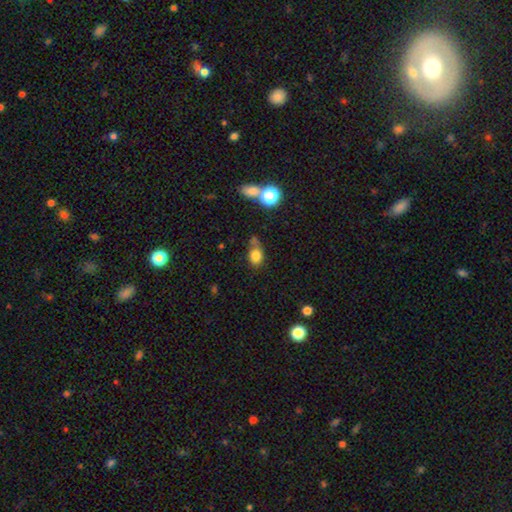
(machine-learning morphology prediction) This appears to be a smooth galaxy with no disk features (80%) that is in between round and cigar-shaped (59%). Merging: none (51%).